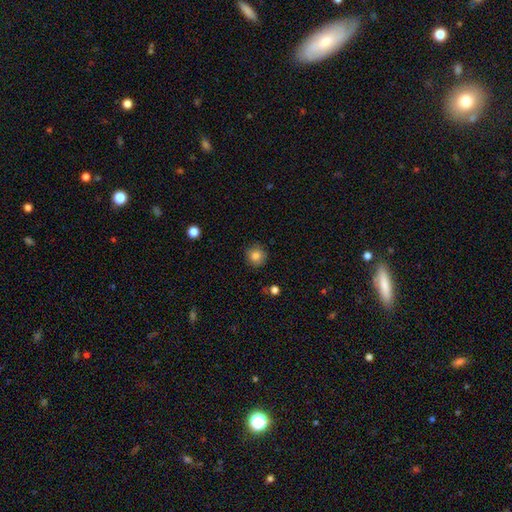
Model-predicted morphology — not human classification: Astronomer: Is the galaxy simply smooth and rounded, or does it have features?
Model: smooth — 84%.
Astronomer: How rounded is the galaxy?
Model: round — 91%.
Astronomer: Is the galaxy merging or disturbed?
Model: none — 87%.